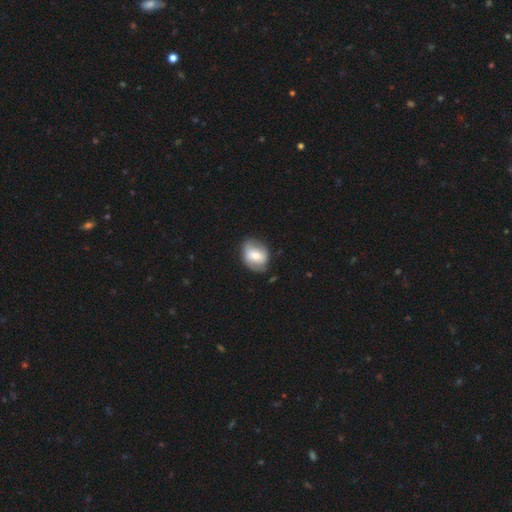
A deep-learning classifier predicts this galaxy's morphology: A smooth galaxy with no disk features (54%) that is in between round and cigar-shaped (57%). Merging: none (69%).